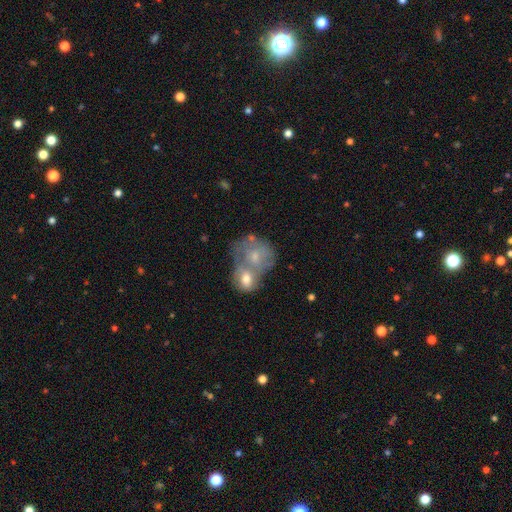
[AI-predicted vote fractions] Smooth or featured?
  - smooth: 54% *
  - featured or disk: 39%
  - star or artifact: 8%
How rounded?
  - round: 64% *
  - in between: 35%
  - cigar-shaped: 1%
Merging?
  - merger: 67% *
  - none: 17%
  - minor disturbance: 9%
  - major disturbance: 7%